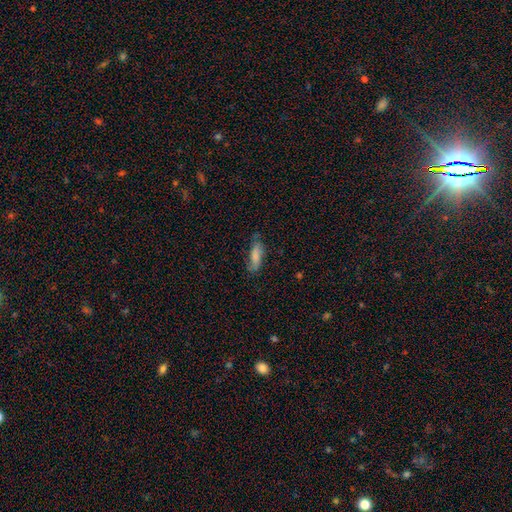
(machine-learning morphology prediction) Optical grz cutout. It shows a smooth galaxy with no disk features (76%) that is in between round and cigar-shaped (55%). Merging: none (63%).